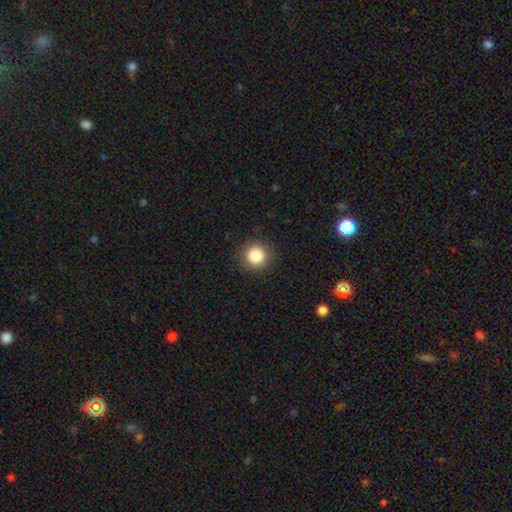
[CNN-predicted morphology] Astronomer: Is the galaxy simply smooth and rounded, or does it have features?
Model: smooth — 85%.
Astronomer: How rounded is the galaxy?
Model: round — 95%.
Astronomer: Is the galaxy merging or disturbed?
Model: none — 91%.